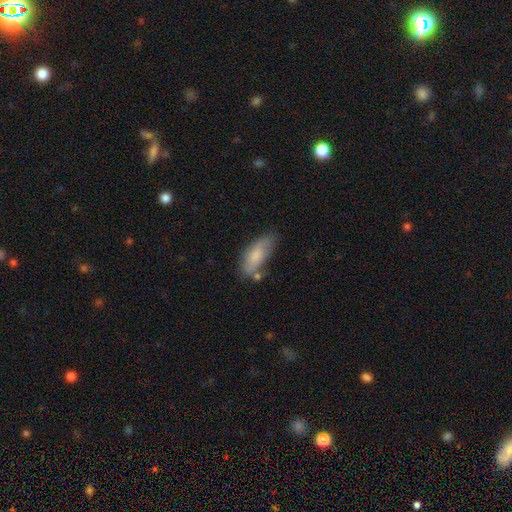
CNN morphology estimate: This is likely a smooth galaxy (72%). How rounded: likely in between (79%). Merging: possibly none (57%).